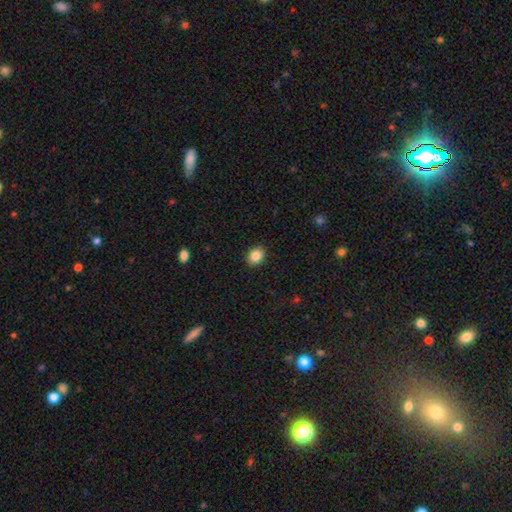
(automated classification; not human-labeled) The model was most divided on "how rounded": round: 53%, in between: 46%, cigar-shaped: 1%. More confident: merging — none (90%); smooth or featured — smooth (86%).